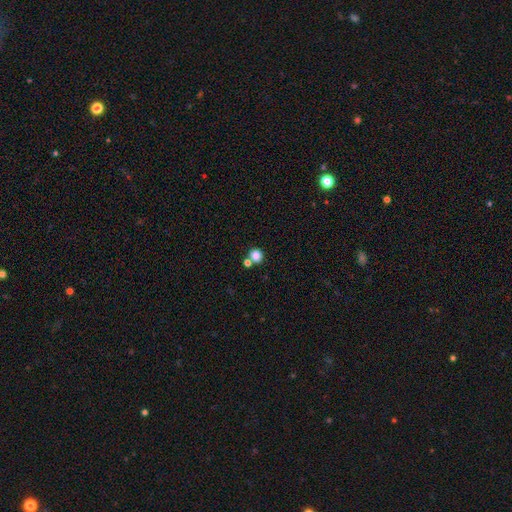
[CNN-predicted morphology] Smooth or featured?
  - smooth: 84% *
  - star or artifact: 11%
  - featured or disk: 5%
How rounded?
  - round: 87% *
  - in between: 12%
  - cigar-shaped: 1%
Merging?
  - none: 64% *
  - merger: 24%
  - minor disturbance: 8%
  - major disturbance: 3%